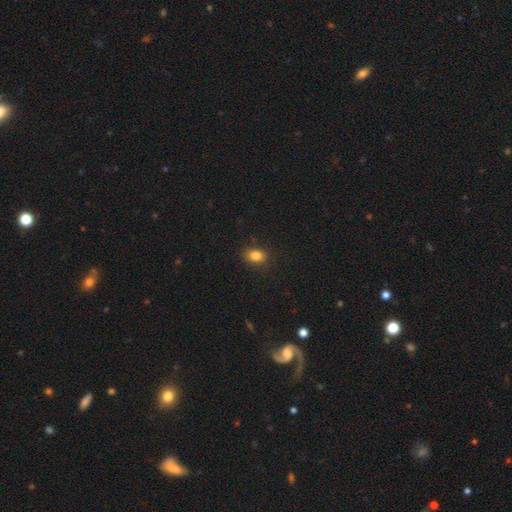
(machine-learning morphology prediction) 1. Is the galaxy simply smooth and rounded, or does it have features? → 84% smooth, 10% star or artifact, 5% featured or disk.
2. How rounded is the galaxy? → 75% in between, 24% round, 1% cigar-shaped.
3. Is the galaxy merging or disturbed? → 85% none, 11% minor disturbance, 3% major disturbance, 1% merger.